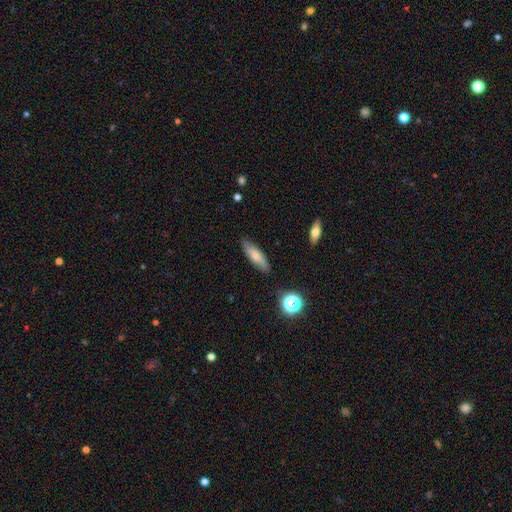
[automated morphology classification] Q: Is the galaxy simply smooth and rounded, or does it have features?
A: smooth — 69%.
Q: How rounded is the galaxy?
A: cigar-shaped — 49%.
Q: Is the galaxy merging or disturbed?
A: none — 82%.